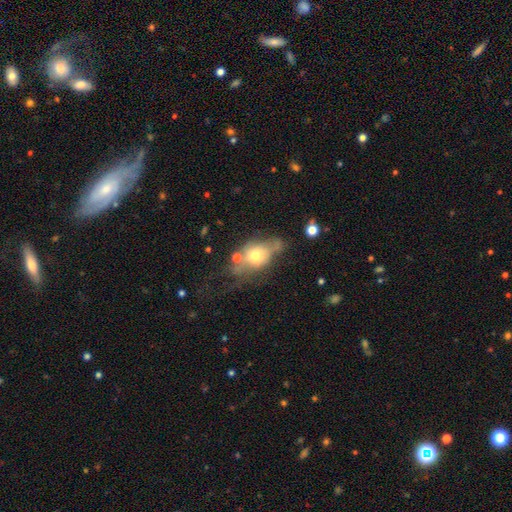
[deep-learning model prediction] The model was most divided on "merging": none: 31%, major disturbance: 29%, minor disturbance: 26%, merger: 14%. More confident: how rounded — in between (66%); smooth or featured — smooth (54%).